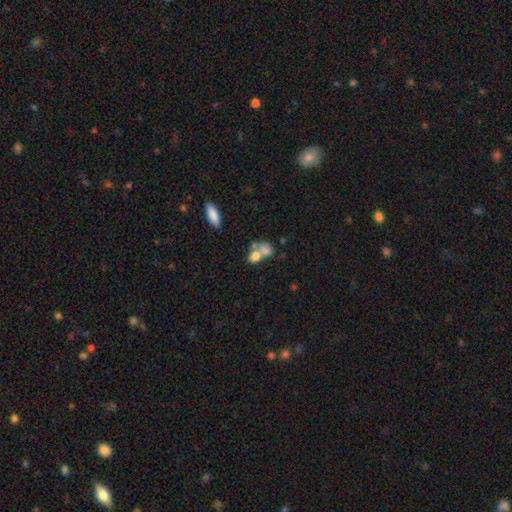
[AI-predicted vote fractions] Overall: smooth (72%). How rounded: in between (61%; round 37%). Merging: merger (64%).